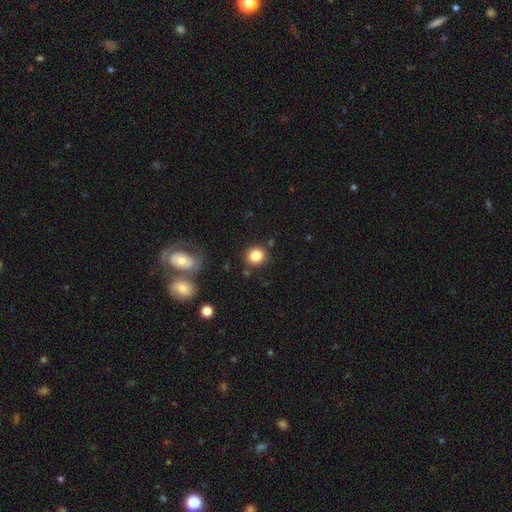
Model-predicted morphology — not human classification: This appears to be a smooth galaxy with no disk features (85%) that is round (86%). Merging: none (84%).